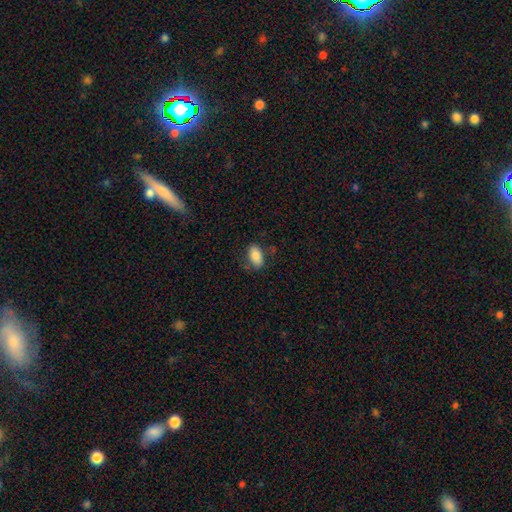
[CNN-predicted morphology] Overall: smooth (83%). How rounded: in between (93%). Merging: none (74%).